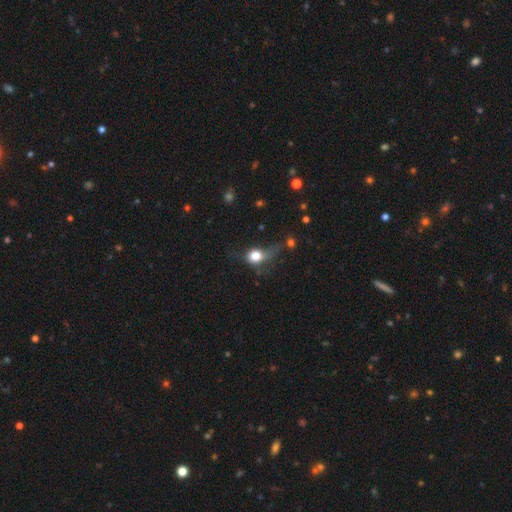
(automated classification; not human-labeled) The model was most divided on "merging": major disturbance: 39%, none: 30%, minor disturbance: 24%, merger: 8%. More confident: smooth or featured — smooth (71%); how rounded — round (58%).